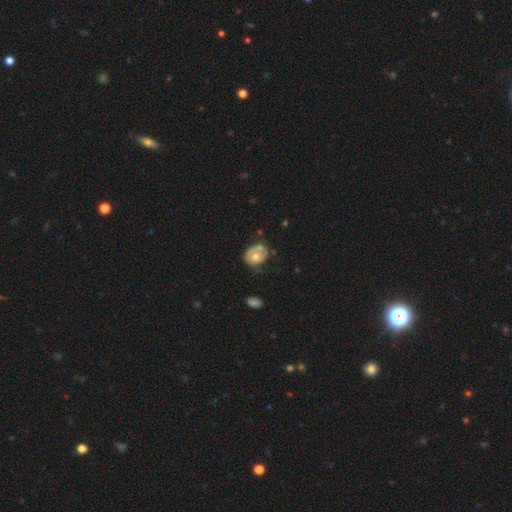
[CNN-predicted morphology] smooth-or-featured: smooth: 49% | featured or disk: 44% | star or artifact: 6%
  merging: none: 48% | minor disturbance: 33% | major disturbance: 14% | merger: 5%